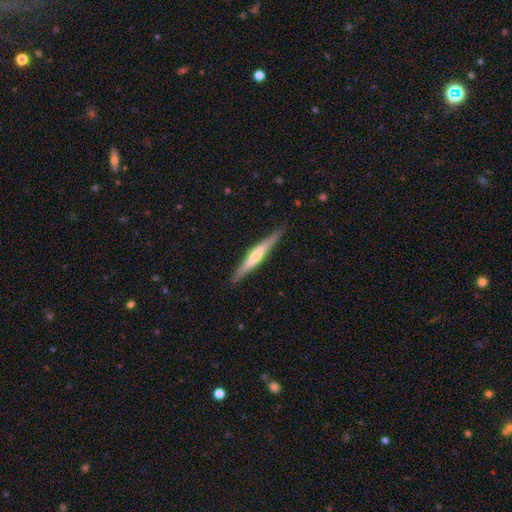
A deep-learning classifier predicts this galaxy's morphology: This is possibly a featured or disk galaxy (56%). It is clearly viewed edge-on (96%). Edge-on bulge: likely rounded (62%). Merging: clearly none (89%).